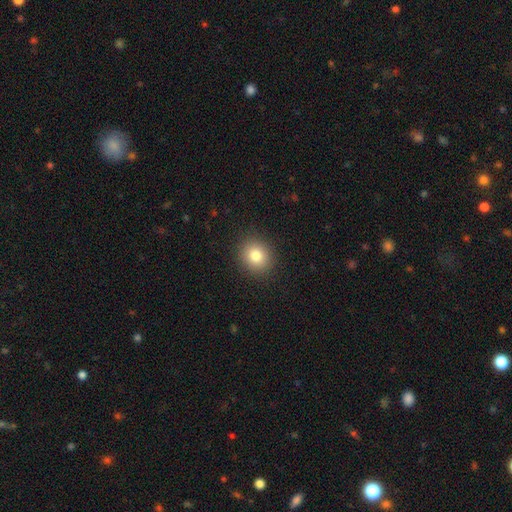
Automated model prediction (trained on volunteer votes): smooth_or_featured: smooth (p=0.81) [alt: star or artifact p=0.11]
how_rounded: round (p=0.81) [alt: in between p=0.18]
merging: none (p=0.91) [alt: minor disturbance p=0.06]